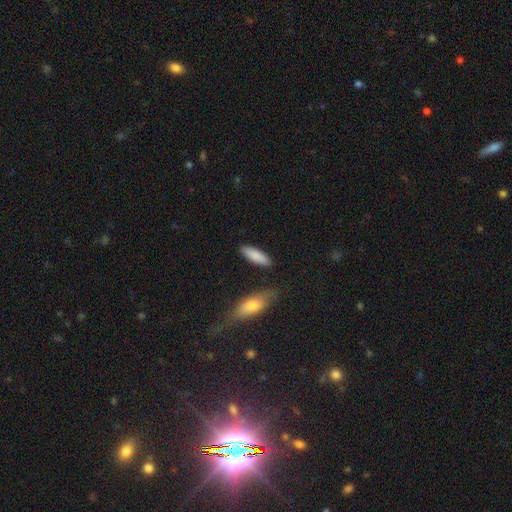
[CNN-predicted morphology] This is clearly a smooth galaxy (86%). How rounded: possibly cigar-shaped (51%). Merging: clearly none (84%).